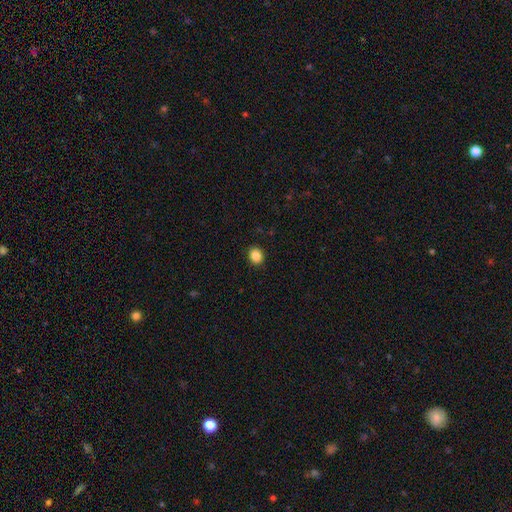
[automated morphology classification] smooth_or_featured: smooth (p=0.87) [alt: star or artifact p=0.10]
how_rounded: round (p=0.57) [alt: in between p=0.42]
merging: none (p=0.91) [alt: minor disturbance p=0.06]